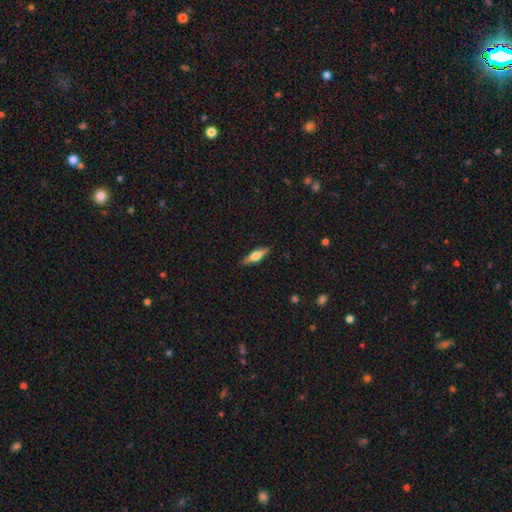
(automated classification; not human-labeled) smooth-or-featured: featured or disk: 52% | smooth: 41% | star or artifact: 6%
  disk-edge-on: yes: 94% | no: 6%
  merging: none: 88% | minor disturbance: 9% | major disturbance: 2% | merger: 1%